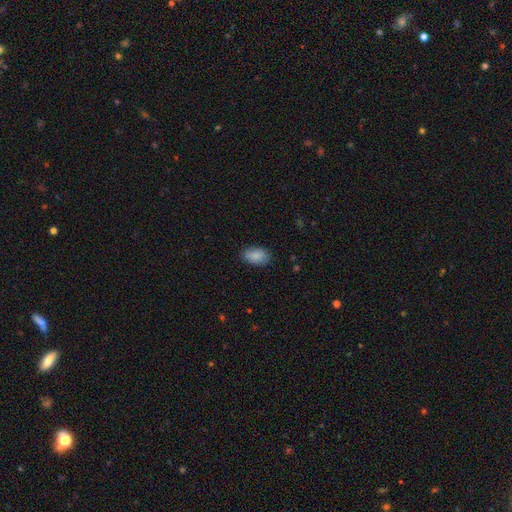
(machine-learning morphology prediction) Q: Smooth or featured?
A: smooth (88%); runner-up: star or artifact (7%)
Q: How rounded?
A: in between (91%); runner-up: round (7%)
Q: Merging?
A: none (84%); runner-up: minor disturbance (12%)